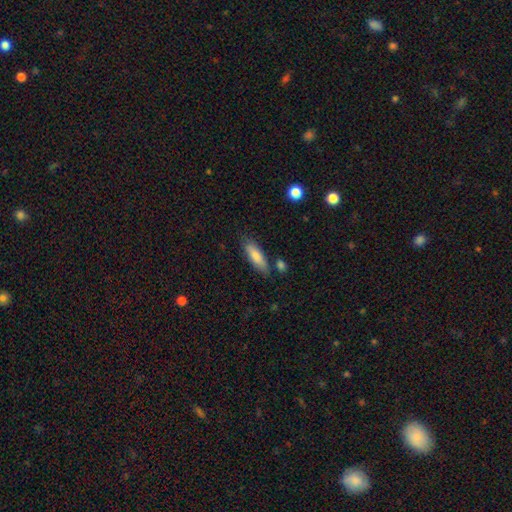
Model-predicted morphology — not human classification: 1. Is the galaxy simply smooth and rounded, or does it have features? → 76% smooth, 17% featured or disk, 7% star or artifact.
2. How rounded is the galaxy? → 56% cigar-shaped, 42% in between, 2% round.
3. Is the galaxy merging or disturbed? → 80% none, 13% minor disturbance, 4% merger, 3% major disturbance.